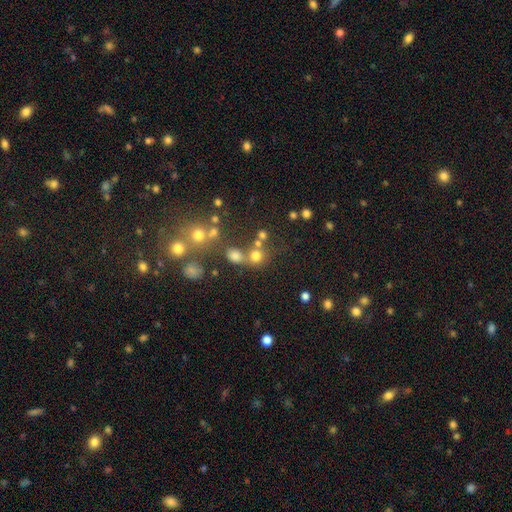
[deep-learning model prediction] This is likely a smooth galaxy (71%). How rounded: clearly round (83%). Merging: possibly none (54%).